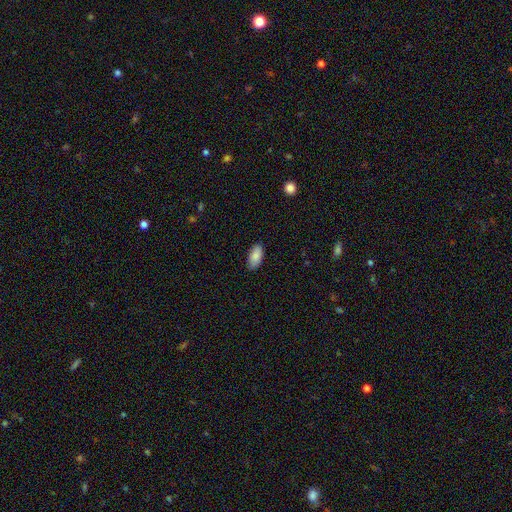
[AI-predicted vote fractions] Overall: smooth (87%). How rounded: in between (93%). Merging: none (87%).